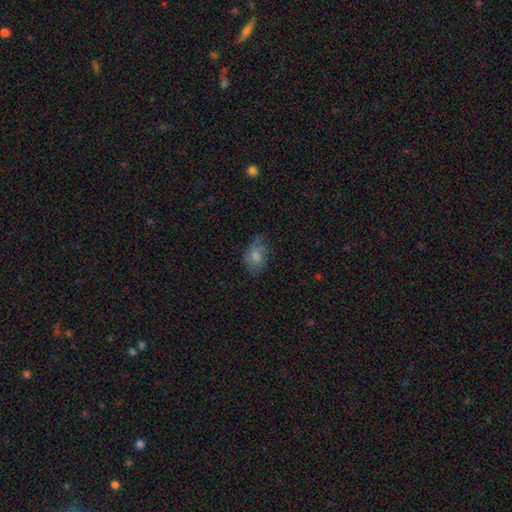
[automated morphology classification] The model was most divided on "merging": none: 54%, minor disturbance: 32%, major disturbance: 12%, merger: 2%. More confident: how rounded — in between (82%); smooth or featured — smooth (72%).